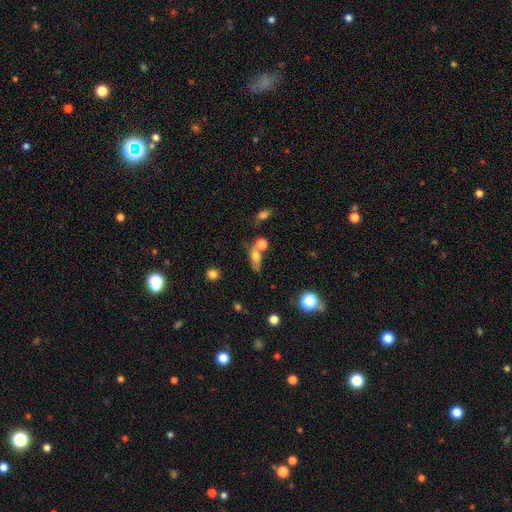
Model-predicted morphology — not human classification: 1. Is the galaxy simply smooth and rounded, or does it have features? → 68% smooth, 19% featured or disk, 13% star or artifact.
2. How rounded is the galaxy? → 63% in between, 20% round, 17% cigar-shaped.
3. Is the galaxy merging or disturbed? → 41% none, 35% merger, 15% minor disturbance, 9% major disturbance.